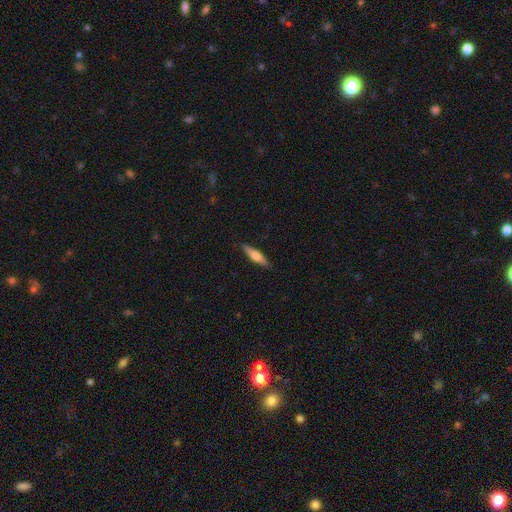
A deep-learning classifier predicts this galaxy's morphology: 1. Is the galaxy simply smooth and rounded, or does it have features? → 50% smooth, 44% featured or disk, 6% star or artifact.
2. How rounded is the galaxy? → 81% cigar-shaped, 17% in between, 2% round.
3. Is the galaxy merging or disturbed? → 90% none, 8% minor disturbance, 2% major disturbance, 1% merger.